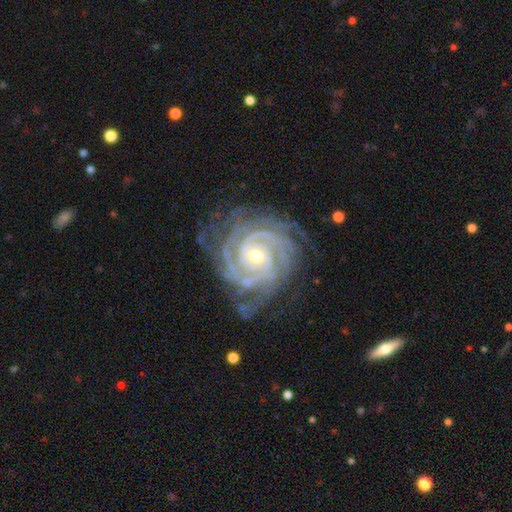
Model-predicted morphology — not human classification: Overall: featured or disk (92%). Edge-on disk: no (98%). Bar: no (66%). Spiral arms: yes (98%). Spiral arm count: 4 (26%; 3 22%). Spiral winding: tight (82%). Bulge size: small (60%; moderate 38%). Merging: none (74%).